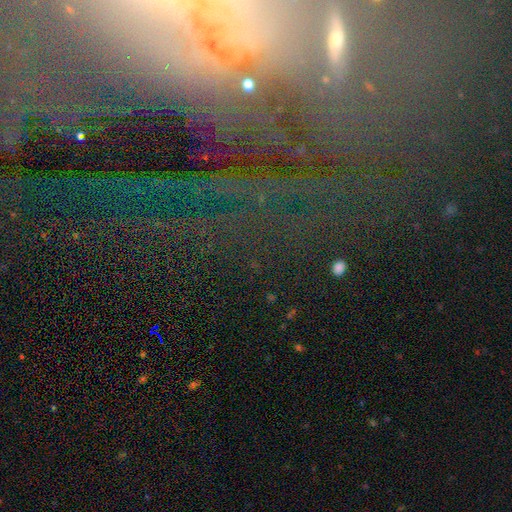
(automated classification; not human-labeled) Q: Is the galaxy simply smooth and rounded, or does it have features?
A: featured or disk — 47%.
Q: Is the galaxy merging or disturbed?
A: none — 70%.